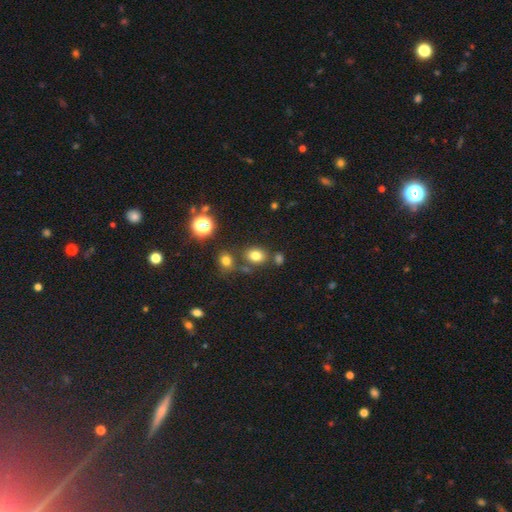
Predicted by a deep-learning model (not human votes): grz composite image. It shows a smooth galaxy with no disk features (77%) that is in between round and cigar-shaped (53%). Merging: none (73%).